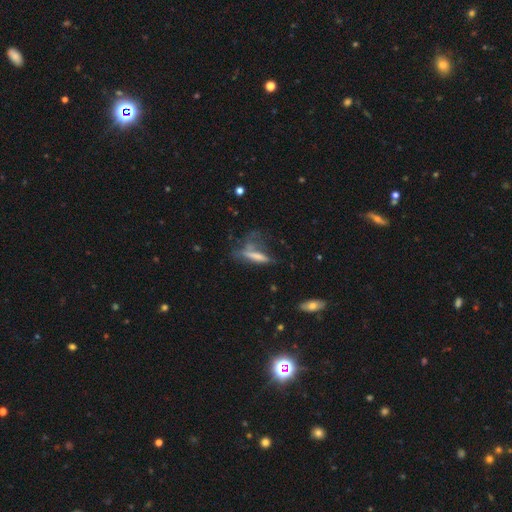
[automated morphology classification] Smooth or featured? smooth (59%)
How rounded? cigar-shaped (78%)
Merging? none (37%)